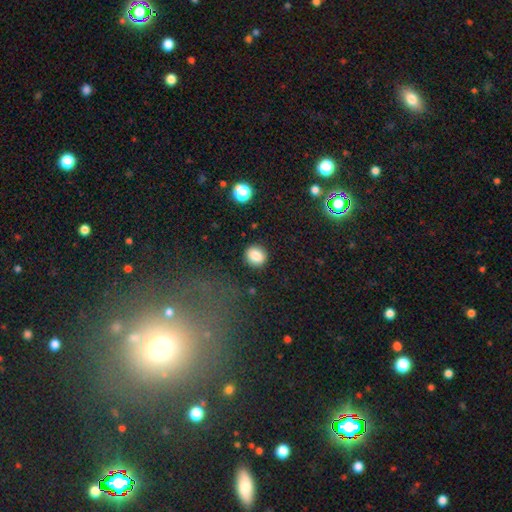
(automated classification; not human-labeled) smooth 85%, star or artifact 10%, featured or disk 6%. Down the decision tree: how rounded — round (70%); merging — none (88%).